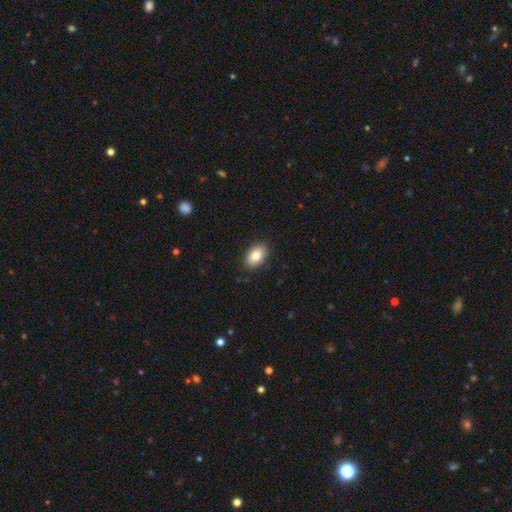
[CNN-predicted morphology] smooth 83%, featured or disk 9%, star or artifact 7%. Down the decision tree: how rounded — in between (89%); merging — none (89%).